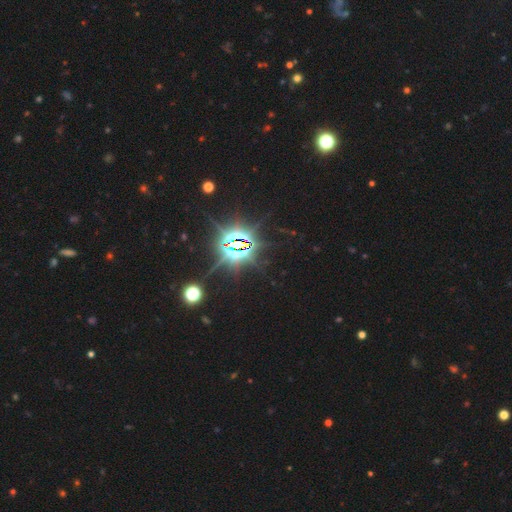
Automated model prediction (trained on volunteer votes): smooth_or_featured: star or artifact (p=0.85) [alt: smooth p=0.09]